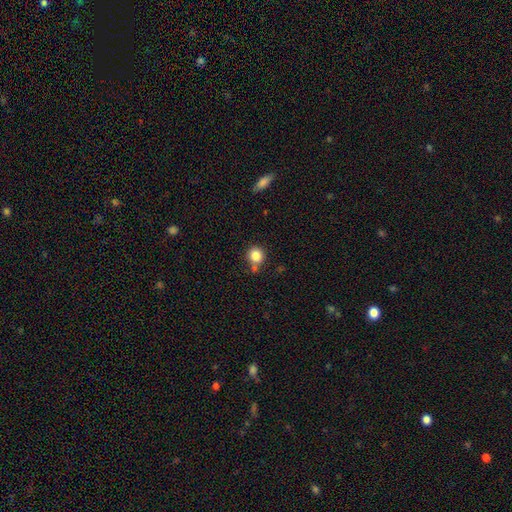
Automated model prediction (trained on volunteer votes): This appears to be a smooth galaxy with no disk features (84%) that is round (89%). Merging: none (71%).